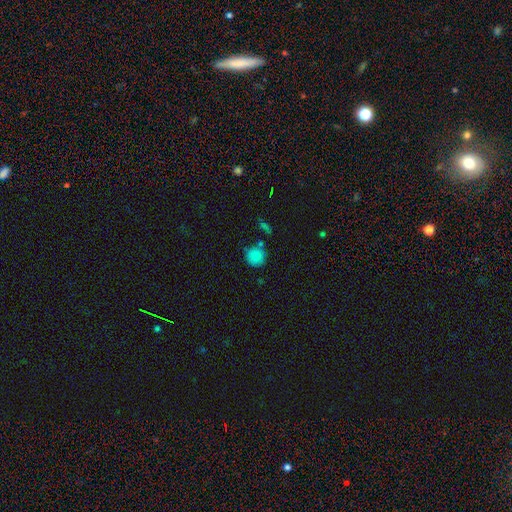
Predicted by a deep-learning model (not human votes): Morphology: type=smooth (84%); roundness=round (89%); merging=none (70%).